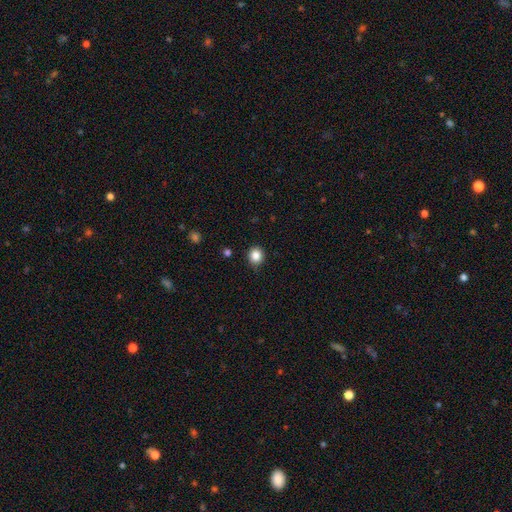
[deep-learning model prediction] A smooth galaxy with no disk features (86%) that is round (86%).

Vote fractions:
- Smooth or featured? smooth: 86% / star or artifact: 11% / featured or disk: 4%
- How rounded? round: 86% / in between: 13% / cigar-shaped: 1%
- Merging? none: 88% / minor disturbance: 9% / major disturbance: 2% / merger: 1%